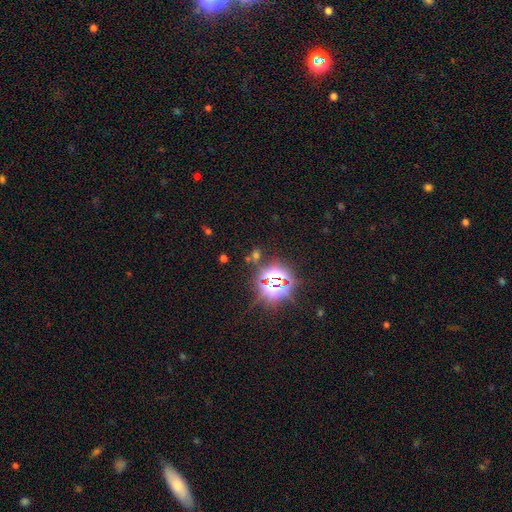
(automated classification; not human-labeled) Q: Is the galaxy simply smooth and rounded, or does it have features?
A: star or artifact — 63%.